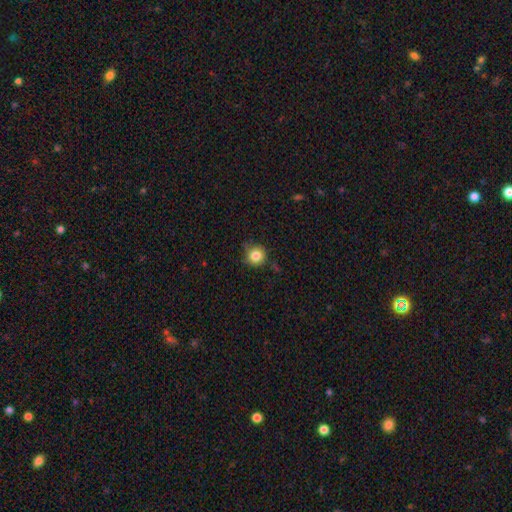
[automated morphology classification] smooth_or_featured: smooth (p=0.83) [alt: star or artifact p=0.11]
how_rounded: round (p=0.92) [alt: in between p=0.08]
merging: none (p=0.77) [alt: minor disturbance p=0.17]